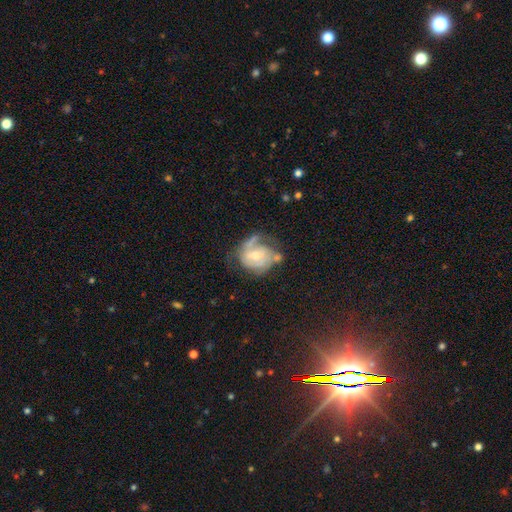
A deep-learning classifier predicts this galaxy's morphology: The model was most divided on "spiral arm count": 2: 38%, can't tell: 31%, 1: 17%, 3: 10%, 4: 2%, more than 4: 2%. Remaining: edge-on disk — no (97%); spiral arms — yes (78%); smooth or featured — featured or disk (67%); bar — no (60%); bulge size — moderate (54%); spiral winding — tight (48%); merging — none (38%).